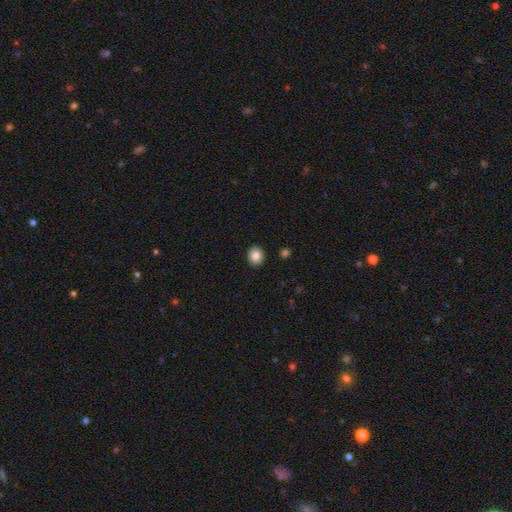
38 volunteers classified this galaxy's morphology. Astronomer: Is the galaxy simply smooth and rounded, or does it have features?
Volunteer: smooth — 84%.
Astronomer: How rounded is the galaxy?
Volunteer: round — 78%.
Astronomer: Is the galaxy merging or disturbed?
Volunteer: none — 94%.